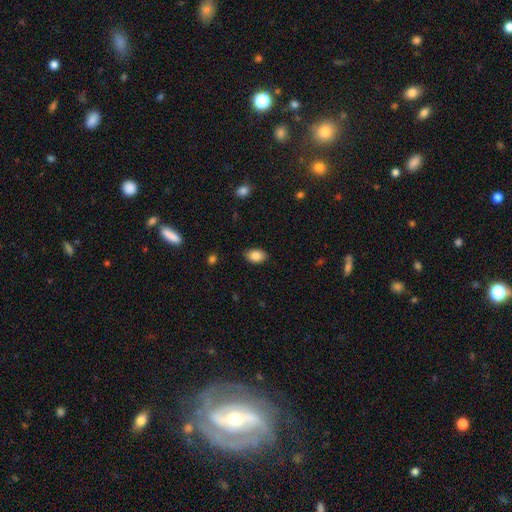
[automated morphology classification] This appears to be a smooth galaxy with no disk features (86%) that is in between round and cigar-shaped (86%). Merging: none (86%).